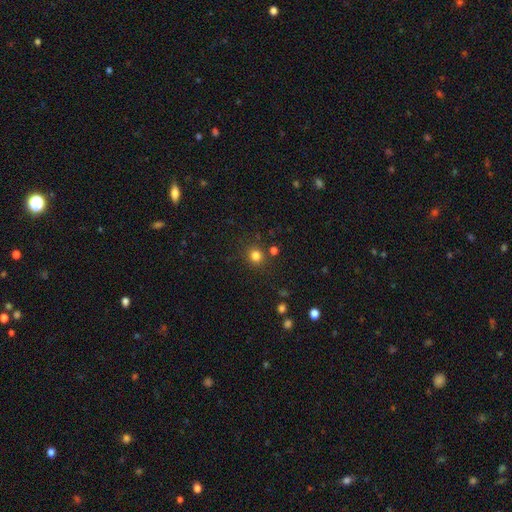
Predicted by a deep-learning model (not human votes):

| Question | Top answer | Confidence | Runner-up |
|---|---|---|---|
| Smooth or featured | smooth | 80% | star or artifact (15%) |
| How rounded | round | 87% | in between (12%) |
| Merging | none | 84% | minor disturbance (8%) |